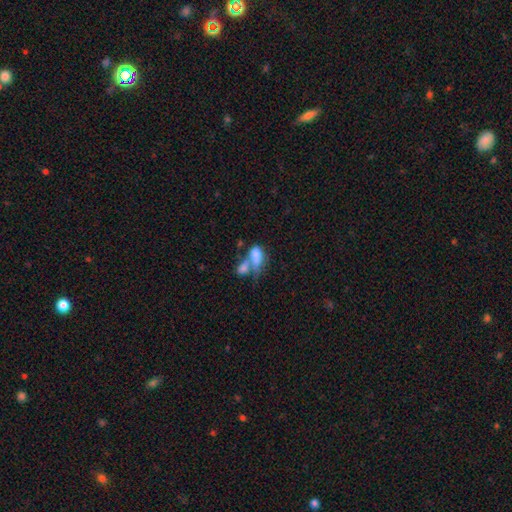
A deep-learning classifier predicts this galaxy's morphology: smooth-or-featured: smooth: 69% | featured or disk: 21% | star or artifact: 10%
  how-rounded: in between: 84% | round: 9% | cigar-shaped: 7%
  merging: merger: 63% | none: 15% | major disturbance: 13% | minor disturbance: 8%